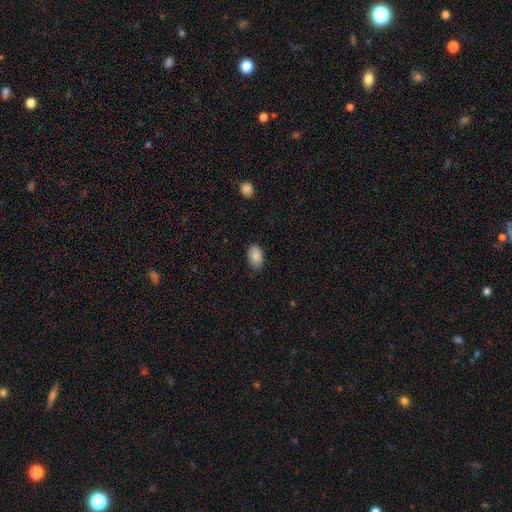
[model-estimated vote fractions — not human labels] Morphology: type=smooth (88%); roundness=in between (91%); merging=none (82%).